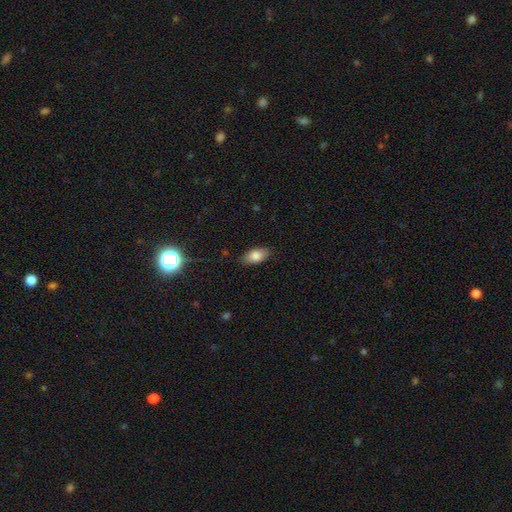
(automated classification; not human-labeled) A smooth galaxy with no disk features (82%) that is in between round and cigar-shaped (90%).

Vote fractions:
- Smooth or featured? smooth: 82% / featured or disk: 10% / star or artifact: 8%
- How rounded? in between: 90% / cigar-shaped: 5% / round: 5%
- Merging? none: 85% / minor disturbance: 11% / major disturbance: 3% / merger: 1%